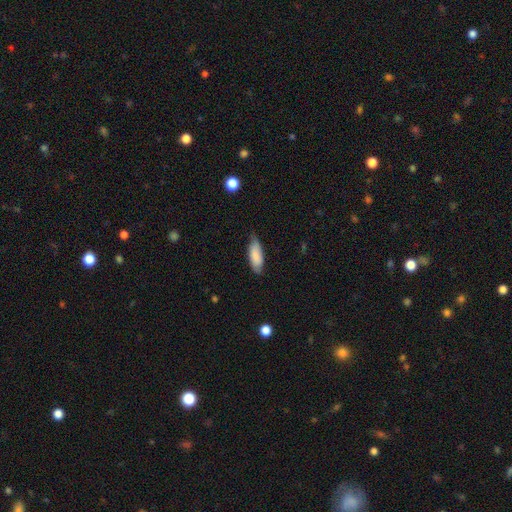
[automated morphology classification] Q: Smooth or featured?
A: smooth (84%); runner-up: featured or disk (10%)
Q: How rounded?
A: in between (74%); runner-up: cigar-shaped (25%)
Q: Merging?
A: none (69%); runner-up: minor disturbance (26%)